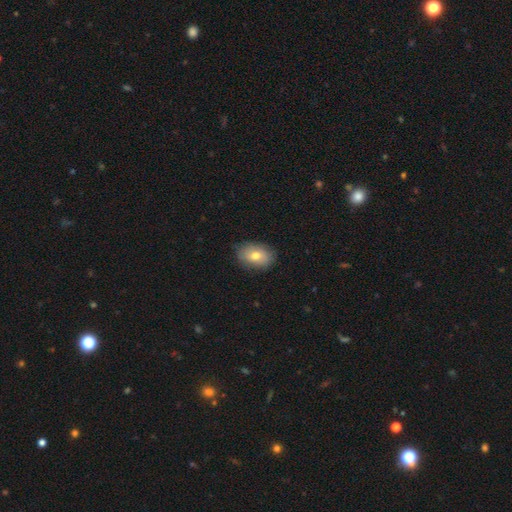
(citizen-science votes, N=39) Smooth or featured: smooth — 67% (featured or disk — 26%)
How rounded: in between — 96% (round — 4%)
Merging: none — 97% (minor disturbance — 3%)